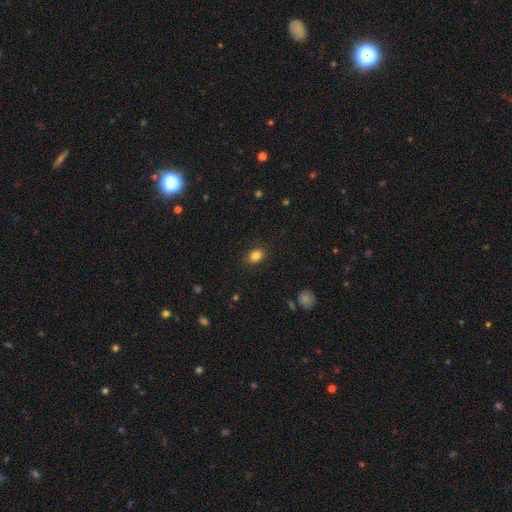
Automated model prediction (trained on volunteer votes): The model was most divided on "how rounded": in between: 59%, round: 40%, cigar-shaped: 1%. More confident: merging — none (87%); smooth or featured — smooth (84%).